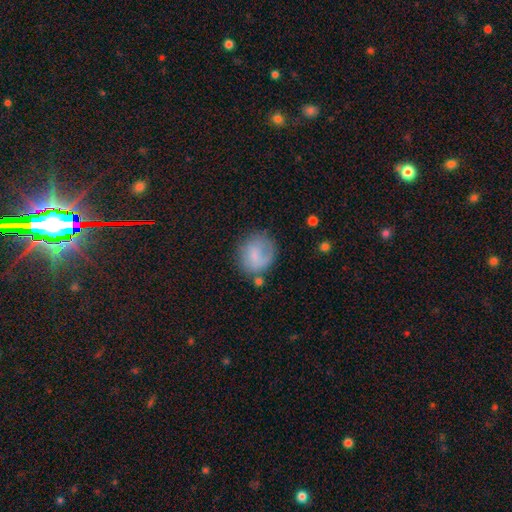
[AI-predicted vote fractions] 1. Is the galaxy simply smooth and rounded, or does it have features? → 70% smooth, 21% featured or disk, 8% star or artifact.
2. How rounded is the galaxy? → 77% round, 22% in between, 1% cigar-shaped.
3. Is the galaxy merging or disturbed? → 56% none, 25% minor disturbance, 14% major disturbance, 5% merger.